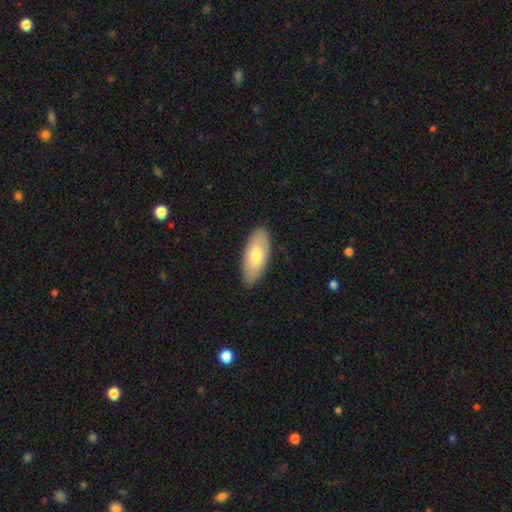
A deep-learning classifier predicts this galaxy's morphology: A smooth galaxy with no disk features (72%) that is in between round and cigar-shaped (87%). Merging: none (88%).